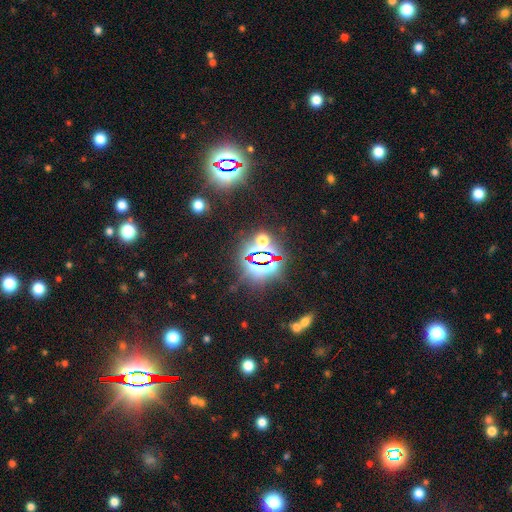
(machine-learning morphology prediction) A star or artifact, not a galaxy (81%).